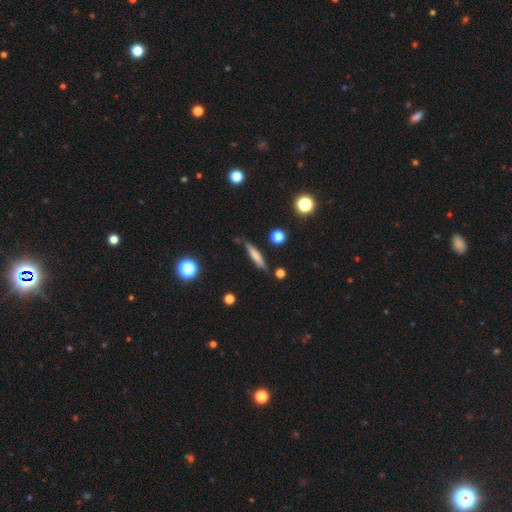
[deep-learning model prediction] smooth 64%, featured or disk 28%, star or artifact 9%. Down the decision tree: how rounded — cigar-shaped (86%); merging — none (74%).